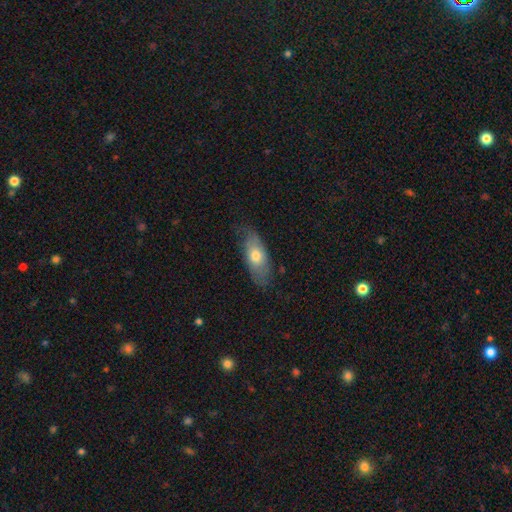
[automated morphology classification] Smooth or featured? smooth (65%)
How rounded? in between (82%)
Merging? none (66%)